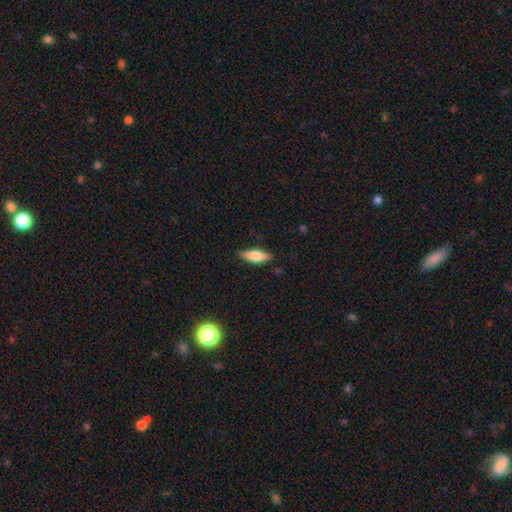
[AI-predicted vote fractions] A smooth galaxy with no disk features (67%) that is in between round and cigar-shaped (65%).

Vote fractions:
- Smooth or featured? smooth: 67% / featured or disk: 27% / star or artifact: 7%
- How rounded? in between: 65% / cigar-shaped: 32% / round: 3%
- Merging? none: 82% / minor disturbance: 14% / major disturbance: 3% / merger: 1%